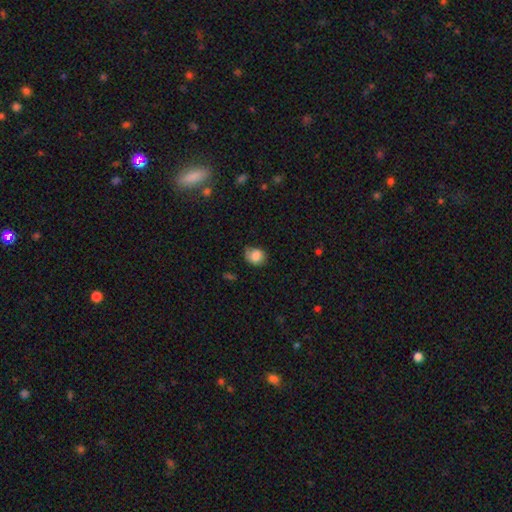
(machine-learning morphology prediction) Smooth or featured? Predicted: smooth (p=0.83). How rounded? Predicted: round (p=0.53). Merging? Predicted: none (p=0.62).